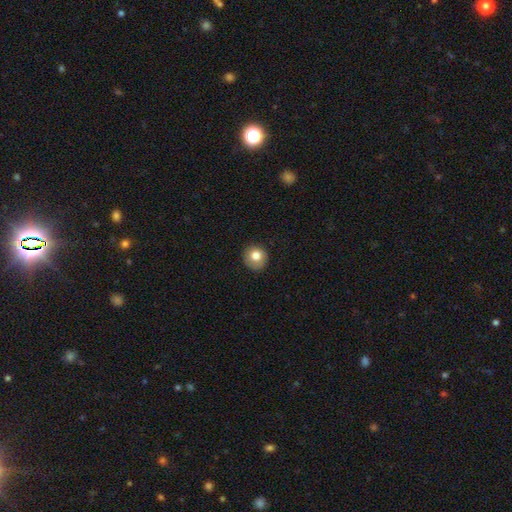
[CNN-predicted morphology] smooth_or_featured: smooth (p=0.79) [alt: featured or disk p=0.11]
how_rounded: round (p=0.90) [alt: in between p=0.09]
merging: none (p=0.83) [alt: minor disturbance p=0.13]